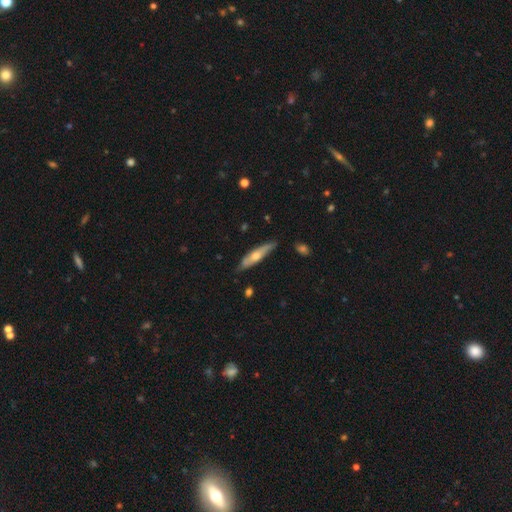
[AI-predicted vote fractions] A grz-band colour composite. It shows a featured or disk galaxy (49%). Merging: none (77%).